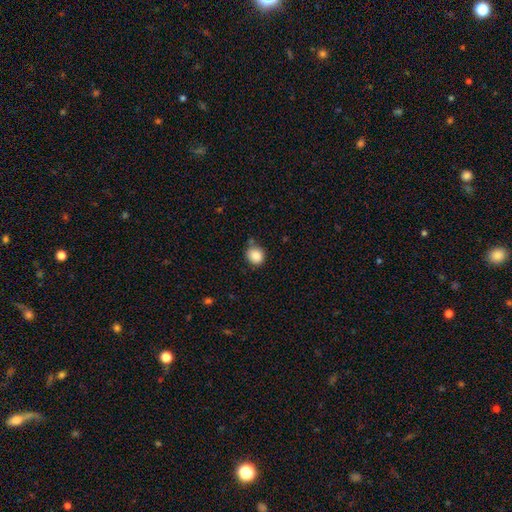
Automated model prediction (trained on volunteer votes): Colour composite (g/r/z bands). It shows a smooth galaxy with no disk features (87%) that is round (76%). Merging: none (70%).